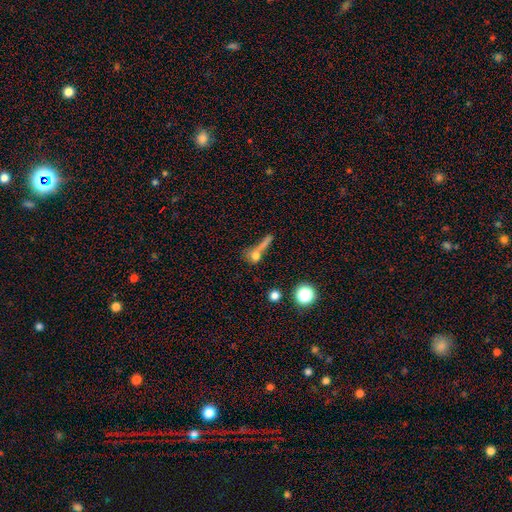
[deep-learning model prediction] smooth-or-featured: smooth: 61% | featured or disk: 21% | star or artifact: 17%
  how-rounded: round: 53% | cigar-shaped: 25% | in between: 22%
  merging: none: 37% | merger: 31% | major disturbance: 19% | minor disturbance: 13%